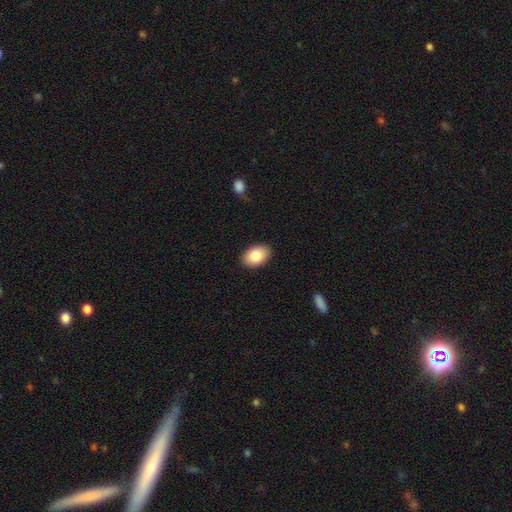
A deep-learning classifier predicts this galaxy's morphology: A smooth galaxy with no disk features (84%) that is in between round and cigar-shaped (86%).

Vote fractions:
- Smooth or featured? smooth: 84% / featured or disk: 9% / star or artifact: 7%
- How rounded? in between: 86% / round: 13% / cigar-shaped: 1%
- Merging? none: 89% / minor disturbance: 8% / major disturbance: 2% / merger: 1%